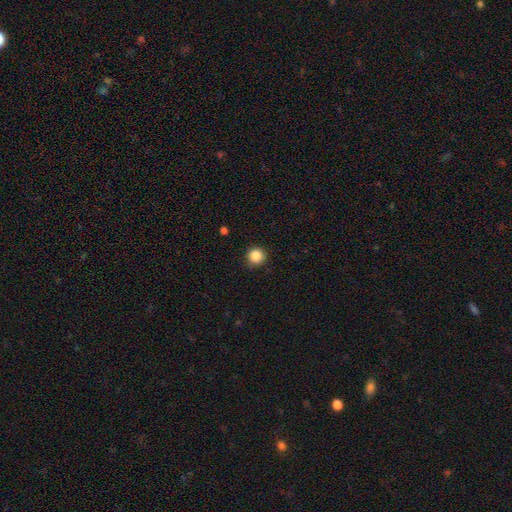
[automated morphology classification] Smooth or featured: smooth — 86% (star or artifact — 11%)
How rounded: round — 95% (in between — 4%)
Merging: none — 90% (minor disturbance — 7%)